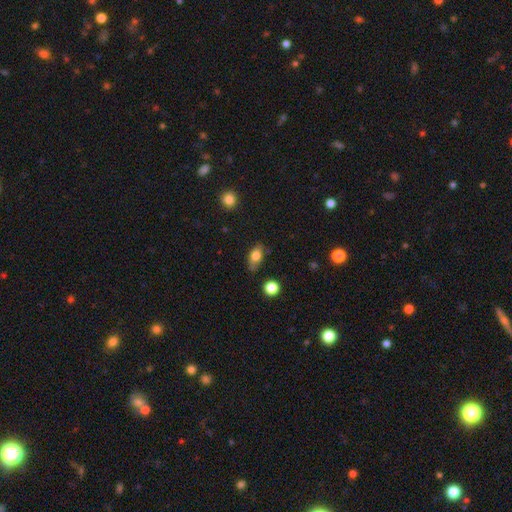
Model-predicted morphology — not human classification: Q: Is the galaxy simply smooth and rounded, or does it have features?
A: smooth — 75%.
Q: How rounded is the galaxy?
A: in between — 83%.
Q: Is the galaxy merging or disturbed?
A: none — 71%.